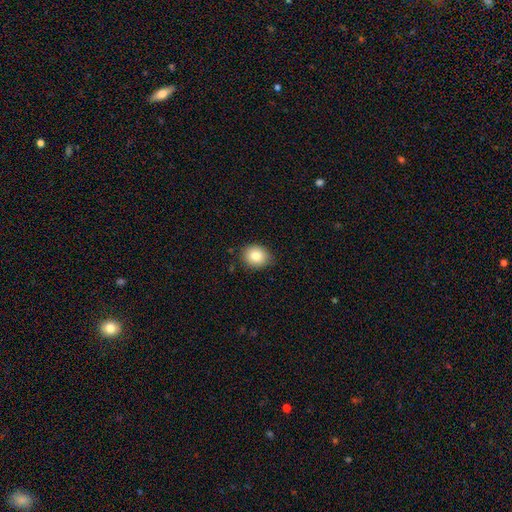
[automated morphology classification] Smooth or featured? smooth (85%)
How rounded? round (64%)
Merging? none (83%)